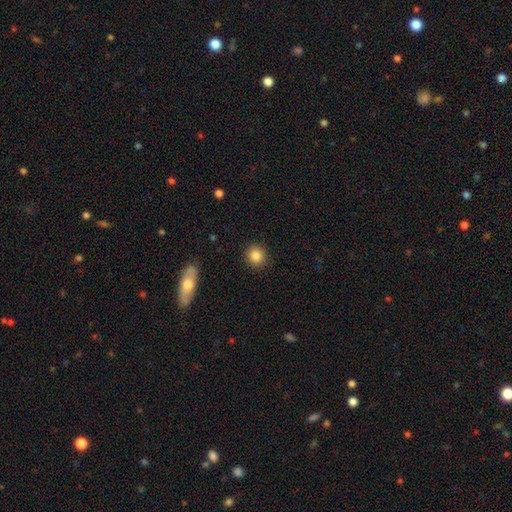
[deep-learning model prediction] This is clearly a smooth galaxy (85%). How rounded: clearly round (89%). Merging: clearly none (90%).